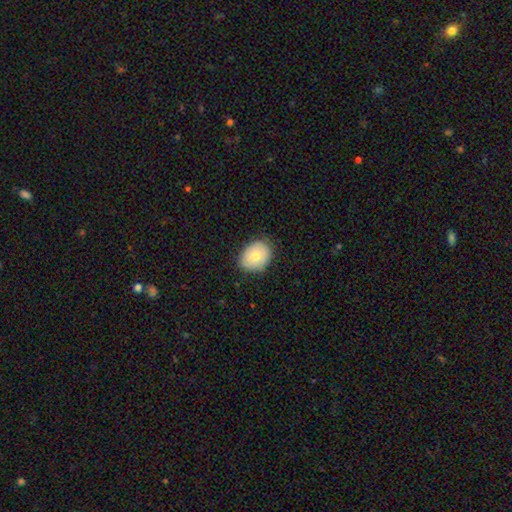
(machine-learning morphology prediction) This is likely a smooth galaxy (78%). How rounded: possibly in between (57%). Merging: likely none (80%).